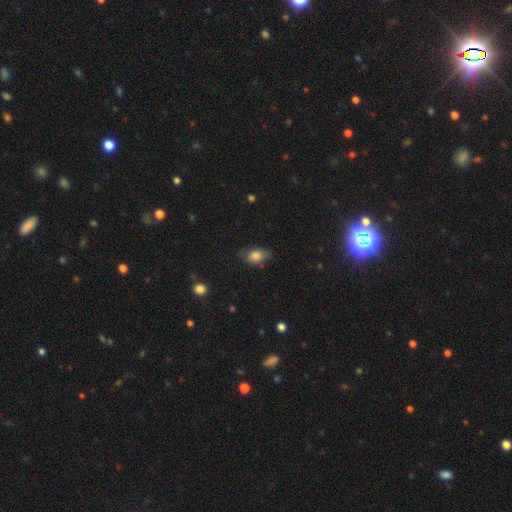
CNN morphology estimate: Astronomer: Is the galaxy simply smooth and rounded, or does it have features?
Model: smooth — 79%.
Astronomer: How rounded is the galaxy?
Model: in between — 86%.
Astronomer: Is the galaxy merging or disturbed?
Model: none — 69%.